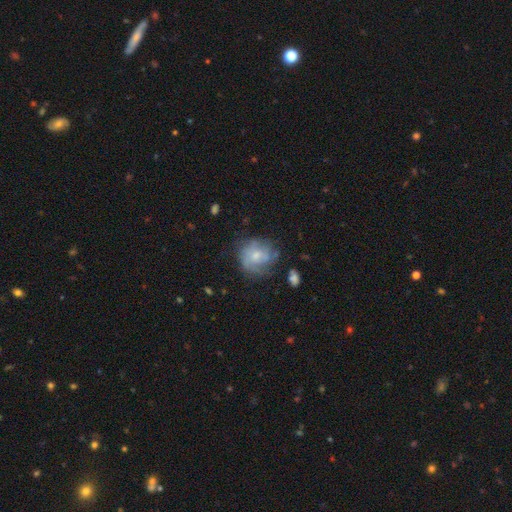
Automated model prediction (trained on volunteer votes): This appears to be a featured or disk galaxy (47%). Merging: none (55%).